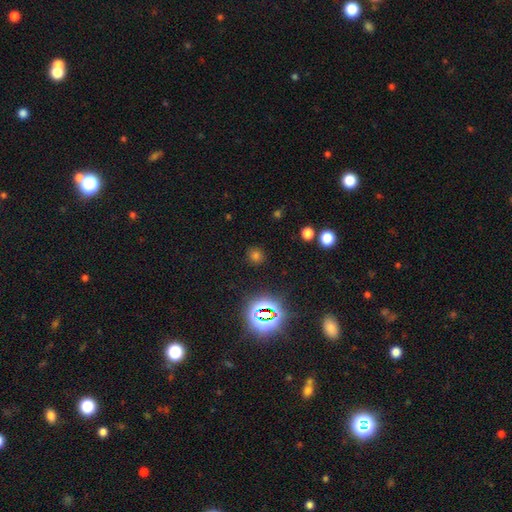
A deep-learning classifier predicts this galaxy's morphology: A smooth galaxy with no disk features (62%) that is round (87%). Merging: none (87%).